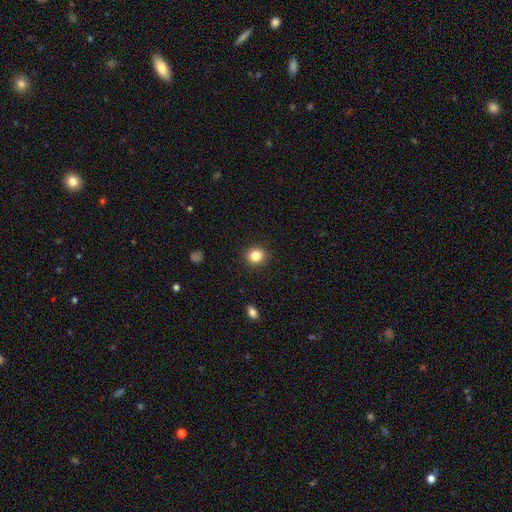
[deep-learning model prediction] Smooth or featured: smooth — 84% (star or artifact — 11%)
How rounded: round — 81% (in between — 18%)
Merging: none — 90% (minor disturbance — 6%)